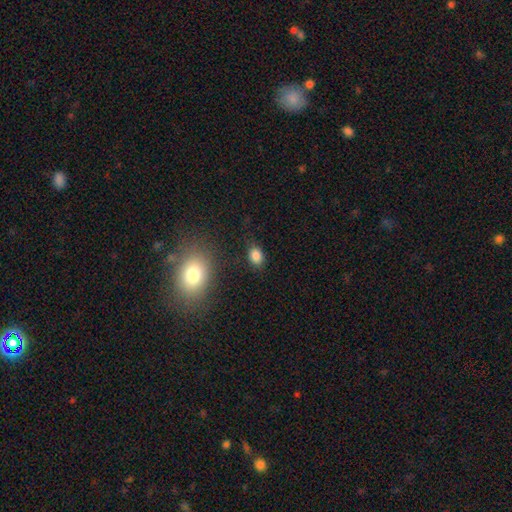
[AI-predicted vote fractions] This is clearly a smooth galaxy (84%). How rounded: likely in between (69%). Merging: likely none (79%).